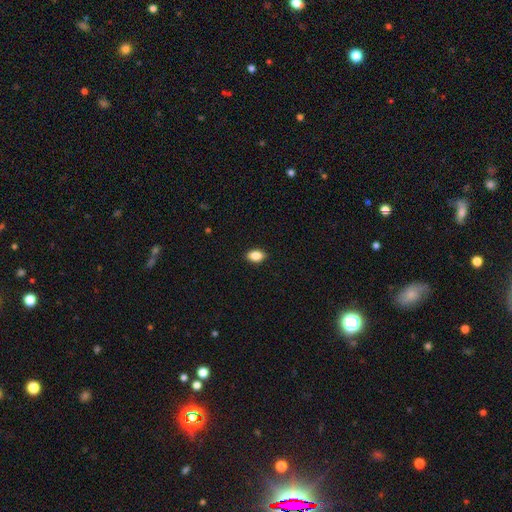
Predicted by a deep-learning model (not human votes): Overall: smooth (86%). How rounded: in between (87%). Merging: none (90%).